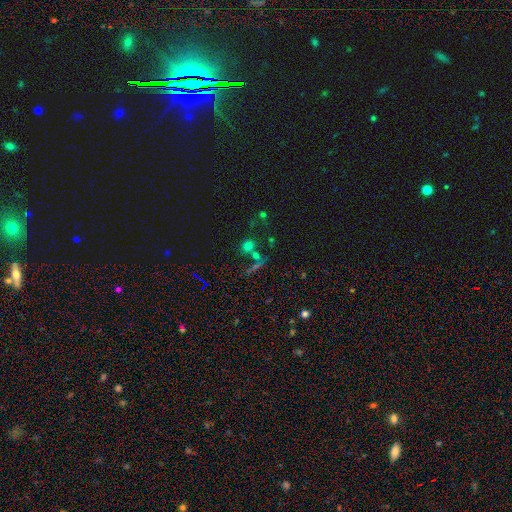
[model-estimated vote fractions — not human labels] This appears to be a star or artifact, not a galaxy (42%, tied with smooth).